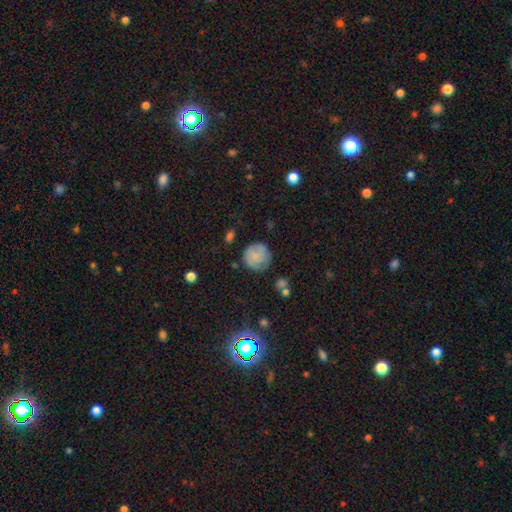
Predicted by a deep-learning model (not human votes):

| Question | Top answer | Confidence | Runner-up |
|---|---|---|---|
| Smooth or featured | smooth | 73% | featured or disk (19%) |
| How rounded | round | 92% | in between (7%) |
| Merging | none | 72% | minor disturbance (19%) |